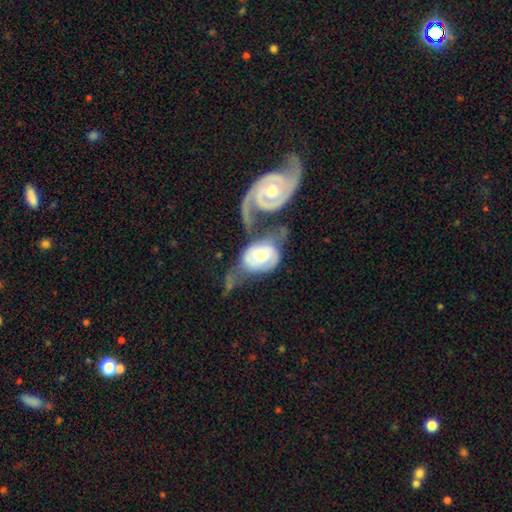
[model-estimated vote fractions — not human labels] Q: Smooth or featured?
A: featured or disk (67%); runner-up: smooth (27%)
Q: Edge-on disk?
A: no (95%); runner-up: yes (5%)
Q: Bar?
A: no (61%); runner-up: weak (29%)
Q: Spiral arms?
A: yes (82%); runner-up: no (18%)
Q: Spiral winding?
A: medium (38%); runner-up: tight (34%)
Q: Spiral arm count?
A: 2 (69%); runner-up: can't tell (15%)
Q: Bulge size?
A: moderate (58%); runner-up: small (27%)
Q: Merging?
A: merger (61%); runner-up: major disturbance (16%)